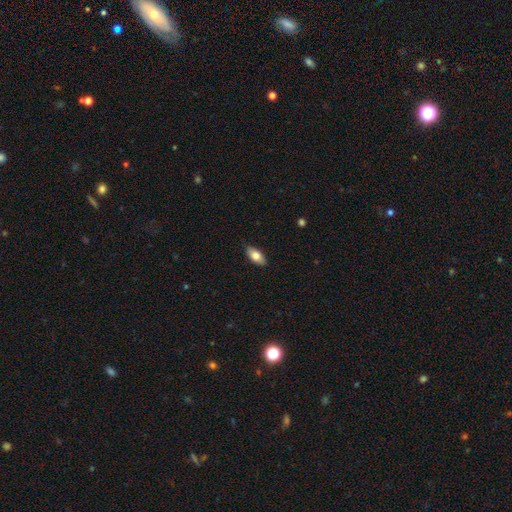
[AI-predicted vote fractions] Overall: smooth (78%). How rounded: in between (90%). Merging: none (87%).